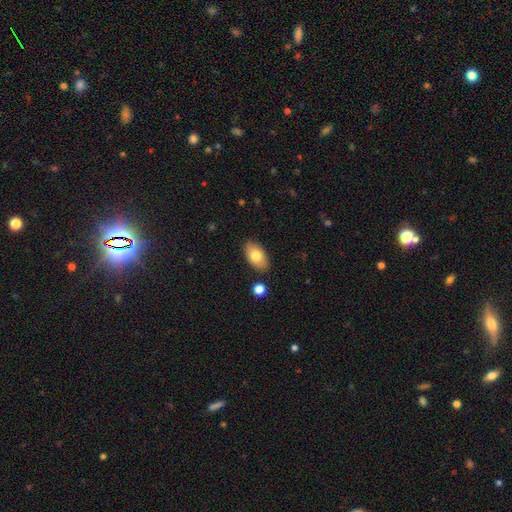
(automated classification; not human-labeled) smooth 78%, featured or disk 15%, star or artifact 7%. Down the decision tree: how rounded — in between (93%); merging — none (86%).